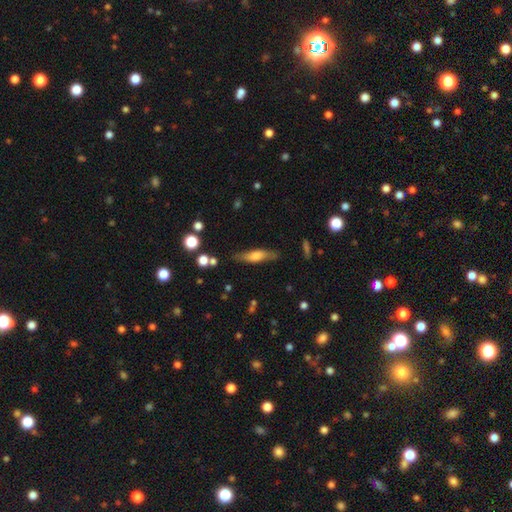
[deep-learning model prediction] smooth-or-featured: smooth: 46% (tied) | featured or disk: 46% (tied) | star or artifact: 8%
  merging: none: 77% | minor disturbance: 16% | major disturbance: 4% | merger: 3%